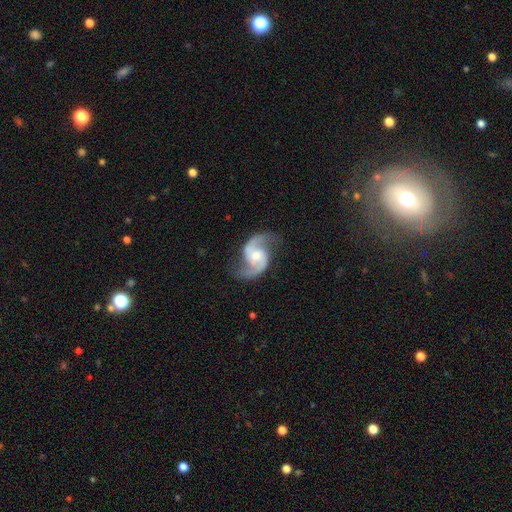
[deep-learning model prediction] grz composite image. It shows a featured or disk galaxy (92%) with no bar (48%), 2 (94%) medium (54%) spiral arms (98%) and a moderate central bulge (54%). Merging: none (79%).